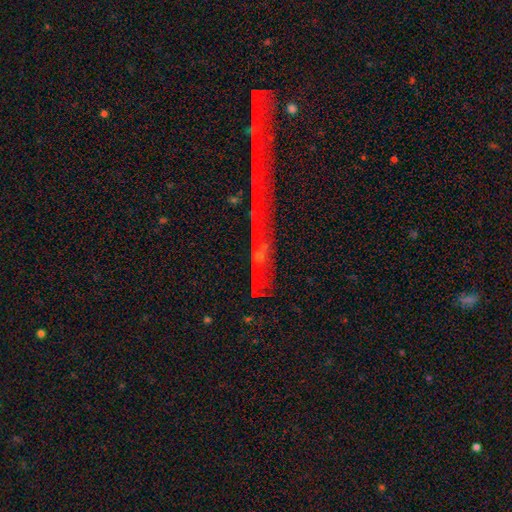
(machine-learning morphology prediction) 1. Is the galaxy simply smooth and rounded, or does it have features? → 76% star or artifact, 14% featured or disk, 10% smooth.